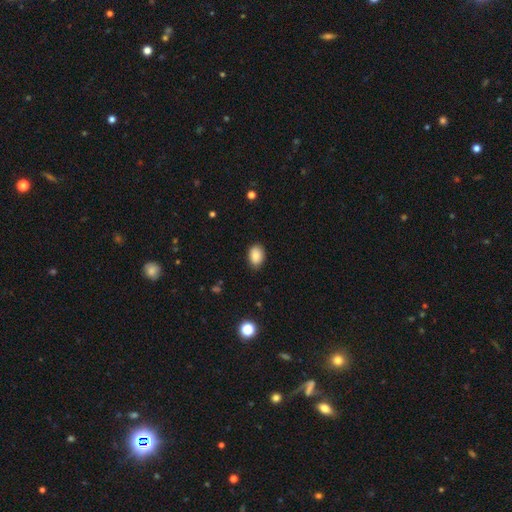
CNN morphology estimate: A smooth galaxy with no disk features (85%) that is in between round and cigar-shaped (82%). Merging: none (85%).